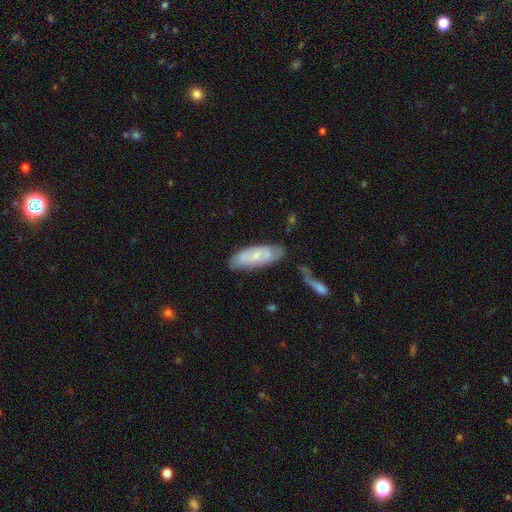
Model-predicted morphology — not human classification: Smooth or featured: featured or disk — 52% (smooth — 41%)
Edge-on disk: no — 84% (yes — 16%)
Merging: none — 60% (minor disturbance — 25%)